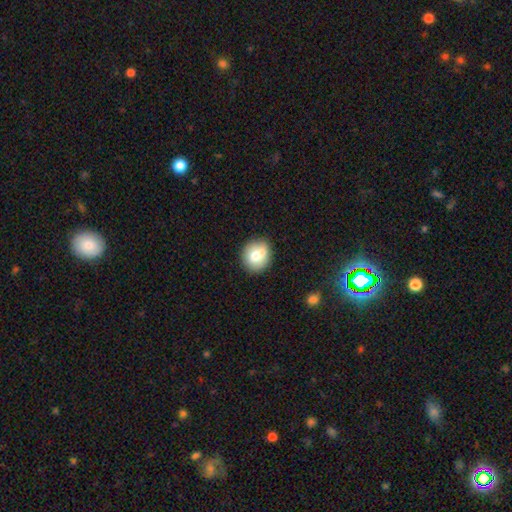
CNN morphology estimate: The model was most divided on "smooth or featured": smooth: 72%, featured or disk: 19%, star or artifact: 9%. More confident: how rounded — round (79%); merging — none (72%).